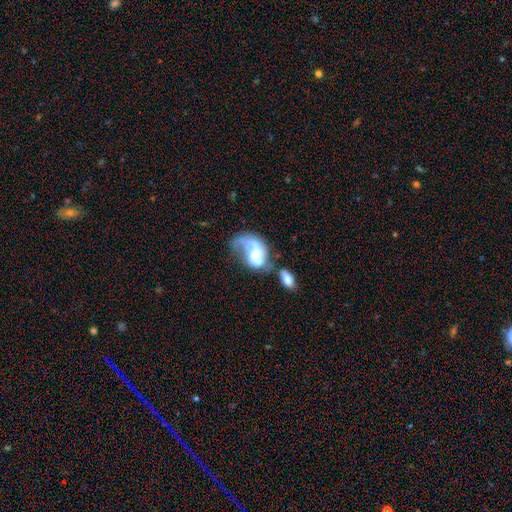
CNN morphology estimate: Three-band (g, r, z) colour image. It shows a featured or disk galaxy (63%) with no bar (61%), spiral arms (72%) and a moderate central bulge (37%). Merging: merger (37%).